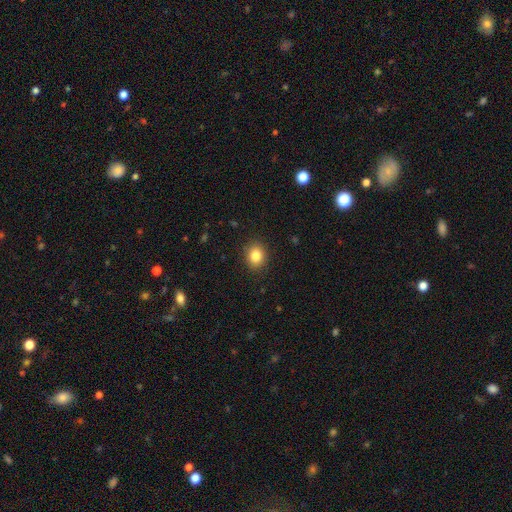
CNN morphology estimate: Overall: smooth (84%). How rounded: round (57%; in between 42%). Merging: none (89%).